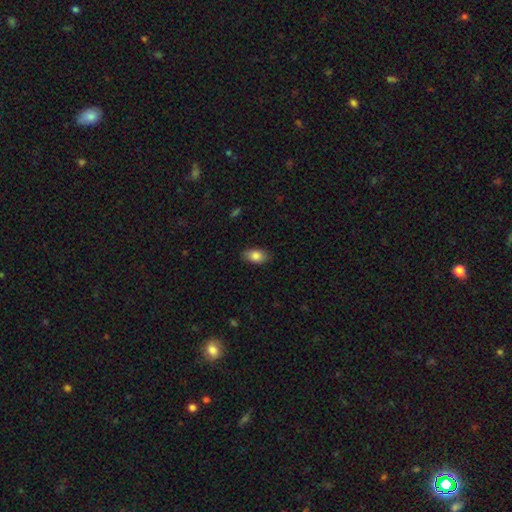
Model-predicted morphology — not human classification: smooth-or-featured: smooth: 84% | featured or disk: 9% | star or artifact: 7%
  how-rounded: in between: 92% | round: 5% | cigar-shaped: 3%
  merging: none: 86% | minor disturbance: 11% | major disturbance: 2% | merger: 1%